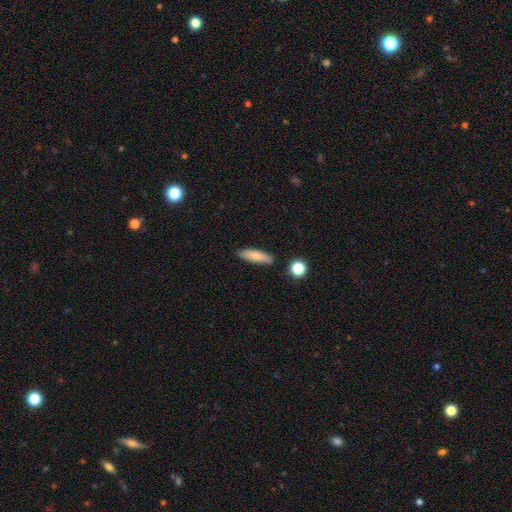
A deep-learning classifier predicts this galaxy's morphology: Smooth or featured? smooth (79%)
How rounded? cigar-shaped (50%)
Merging? none (83%)